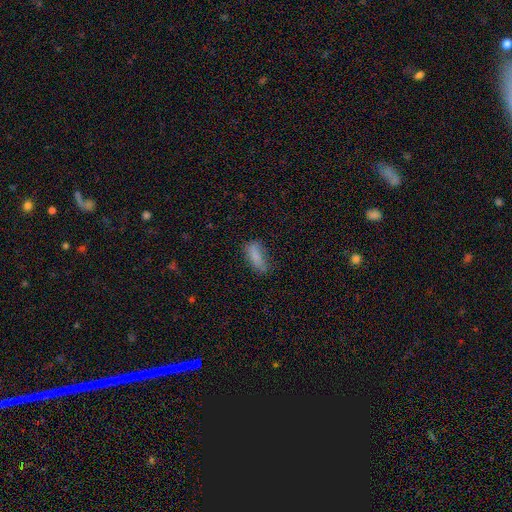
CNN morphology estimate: Smooth or featured?
  - smooth: 82% *
  - star or artifact: 9%
  - featured or disk: 9%
How rounded?
  - in between: 77% *
  - cigar-shaped: 20%
  - round: 3%
Merging?
  - none: 56% *
  - minor disturbance: 30%
  - major disturbance: 11%
  - merger: 2%